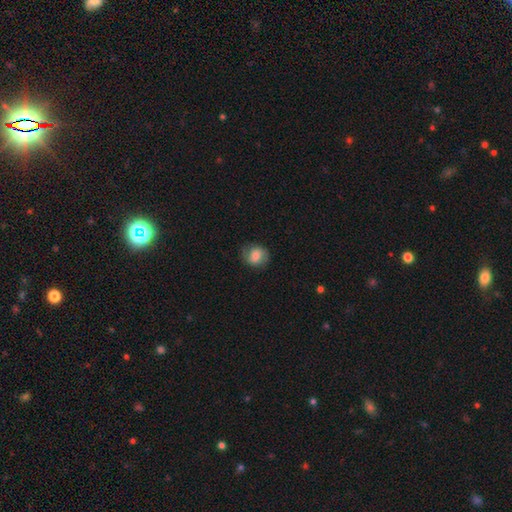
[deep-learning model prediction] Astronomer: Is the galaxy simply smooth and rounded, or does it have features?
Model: smooth — 58%.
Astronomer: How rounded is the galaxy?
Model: round — 66%.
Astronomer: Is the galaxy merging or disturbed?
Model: none — 75%.